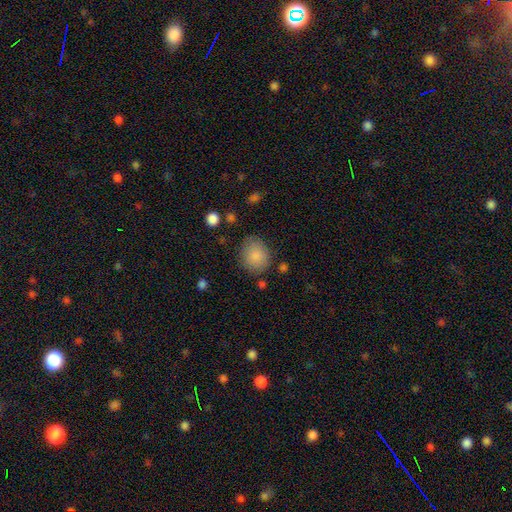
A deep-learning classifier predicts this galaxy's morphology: A smooth galaxy with no disk features (86%) that is round (65%).

Vote fractions:
- Smooth or featured? smooth: 86% / star or artifact: 8% / featured or disk: 6%
- How rounded? round: 65% / in between: 34% / cigar-shaped: 1%
- Merging? none: 78% / minor disturbance: 15% / major disturbance: 5% / merger: 3%